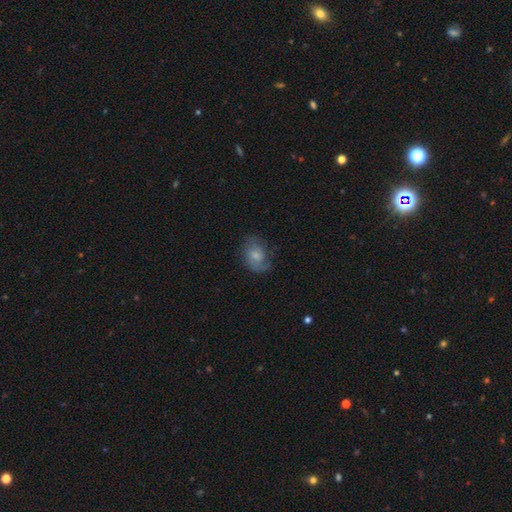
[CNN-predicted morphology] Smooth or featured?
  - smooth: 48% *
  - featured or disk: 44%
  - star or artifact: 8%
Merging?
  - none: 62% *
  - minor disturbance: 23%
  - major disturbance: 13%
  - merger: 1%